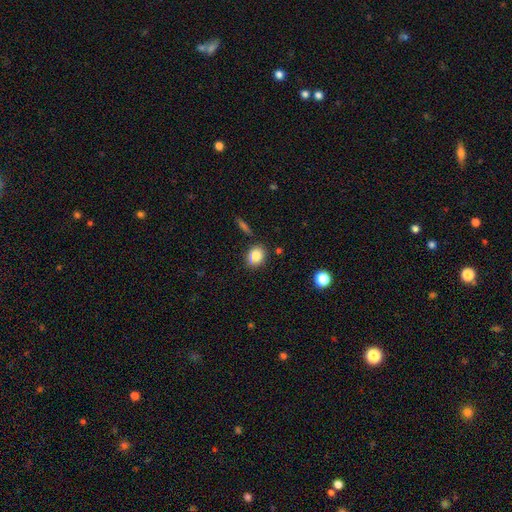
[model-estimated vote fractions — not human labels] smooth_or_featured: smooth (p=0.83) [alt: star or artifact p=0.09]
how_rounded: round (p=0.56) [alt: in between p=0.43]
merging: none (p=0.77) [alt: minor disturbance p=0.15]